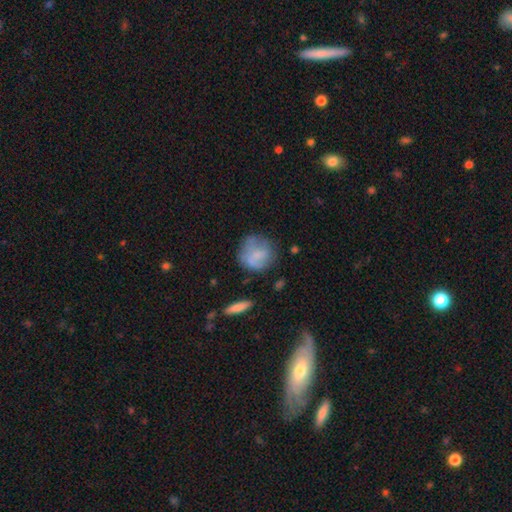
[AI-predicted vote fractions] smooth-or-featured: smooth: 61% | featured or disk: 31% | star or artifact: 9%
  how-rounded: round: 82% | in between: 16% | cigar-shaped: 1%
  merging: none: 56% | minor disturbance: 24% | major disturbance: 15% | merger: 5%